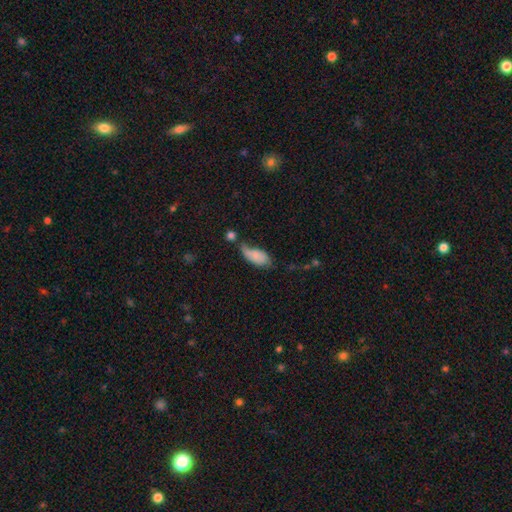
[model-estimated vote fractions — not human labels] This appears to be a smooth galaxy with no disk features (73%) that is in between round and cigar-shaped (89%). Merging: minor disturbance (31%).